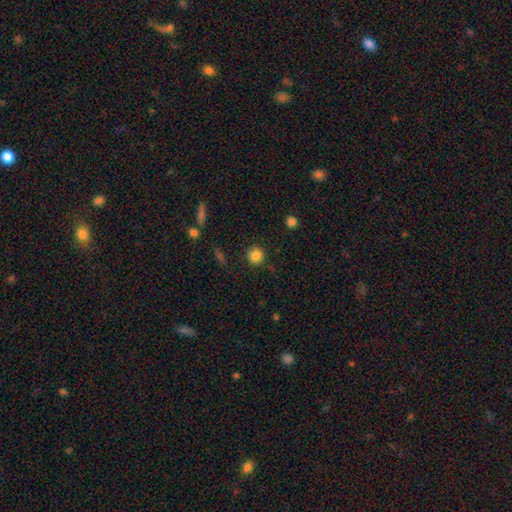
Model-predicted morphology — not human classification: Overall: smooth (84%). How rounded: round (93%). Merging: none (89%).